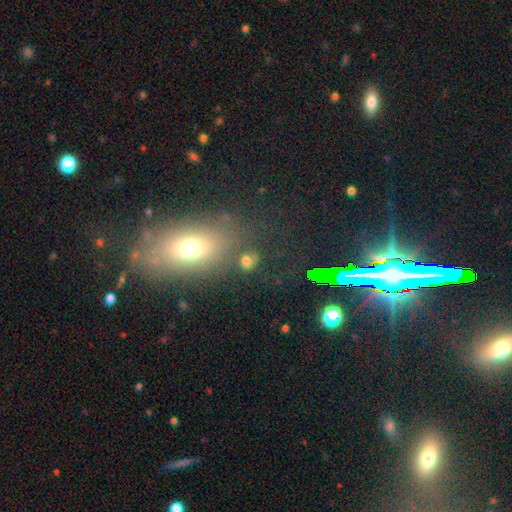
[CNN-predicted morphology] Smooth or featured: smooth — 42% (star or artifact — 33%)
Merging: none — 78% (minor disturbance — 13%)